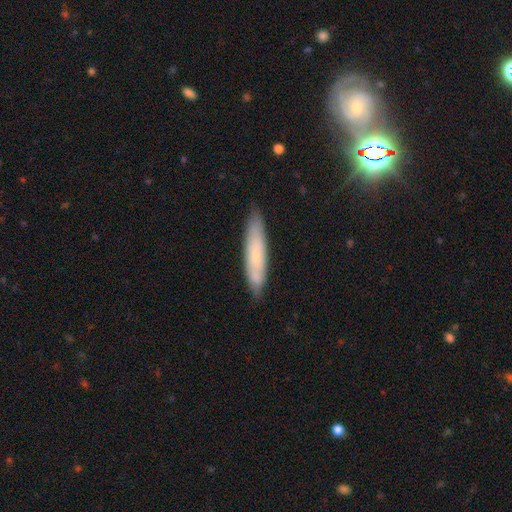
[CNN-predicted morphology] A smooth galaxy with no disk features (56%) that is cigar-shaped (82%). Merging: none (84%).